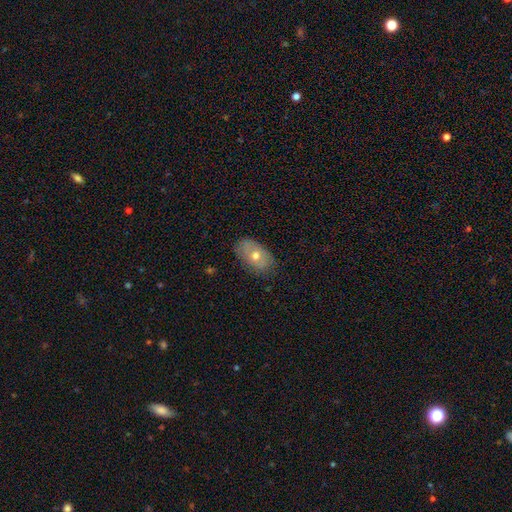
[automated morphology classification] Smooth or featured? Predicted: smooth (p=0.58). How rounded? Predicted: in between (p=0.89). Merging? Predicted: none (p=0.78).